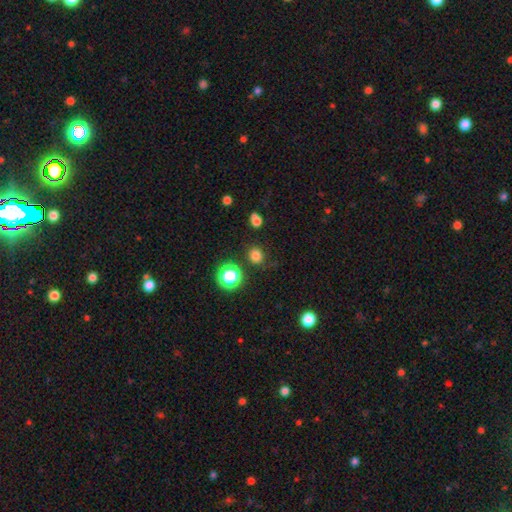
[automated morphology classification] smooth-or-featured: smooth: 77% | star or artifact: 18% | featured or disk: 5%
  how-rounded: round: 82% | in between: 17% | cigar-shaped: 1%
  merging: none: 80% | minor disturbance: 11% | major disturbance: 4% | merger: 4%